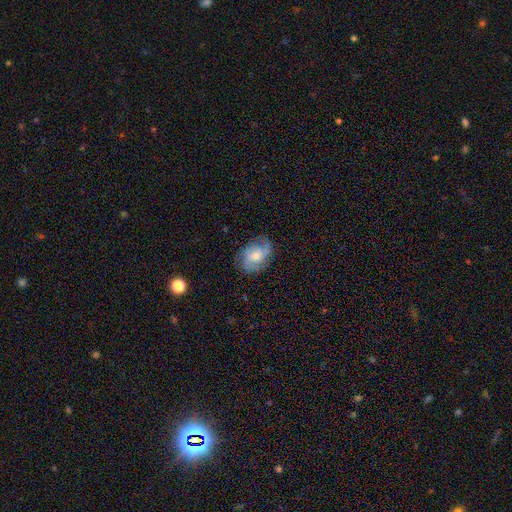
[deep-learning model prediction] Q: Smooth or featured?
A: featured or disk (57%); runner-up: smooth (35%)
Q: Edge-on disk?
A: no (96%); runner-up: yes (4%)
Q: Bar?
A: no (64%); runner-up: weak (31%)
Q: Spiral arms?
A: yes (83%); runner-up: no (17%)
Q: Bulge size?
A: moderate (52%); runner-up: small (39%)
Q: Merging?
A: none (63%); runner-up: minor disturbance (25%)